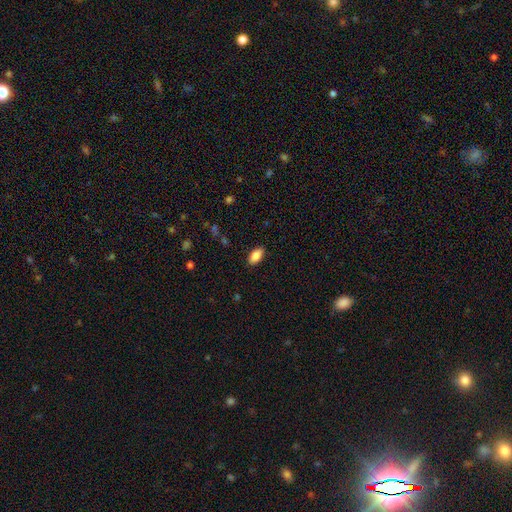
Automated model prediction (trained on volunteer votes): Smooth or featured: smooth — 88% (star or artifact — 7%)
How rounded: in between — 92% (cigar-shaped — 5%)
Merging: none — 88% (minor disturbance — 9%)